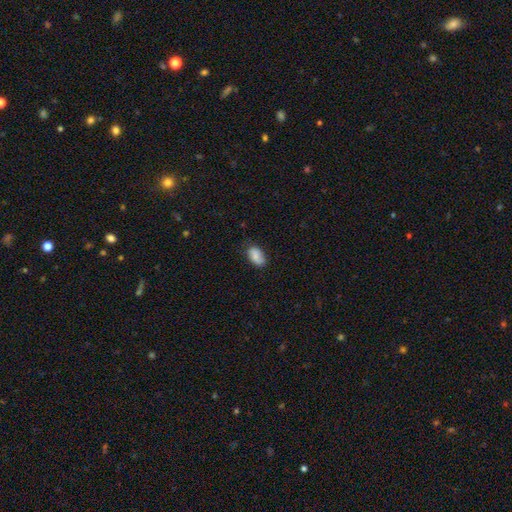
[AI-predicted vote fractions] smooth-or-featured: smooth: 82% | featured or disk: 11% | star or artifact: 7%
  how-rounded: in between: 92% | round: 6% | cigar-shaped: 2%
  merging: none: 70% | minor disturbance: 24% | major disturbance: 5% | merger: 2%